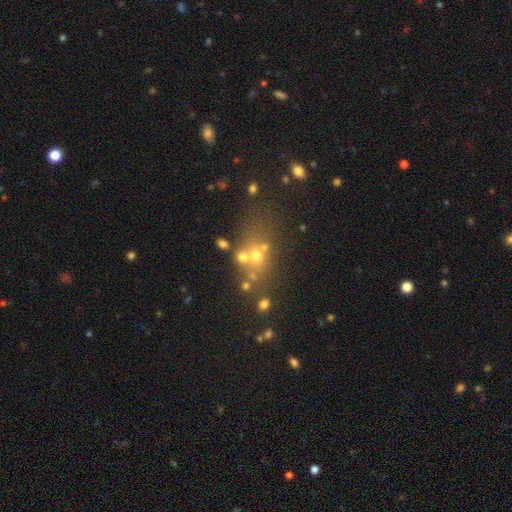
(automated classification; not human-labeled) A smooth galaxy with no disk features (47%). Merging: none (44%).